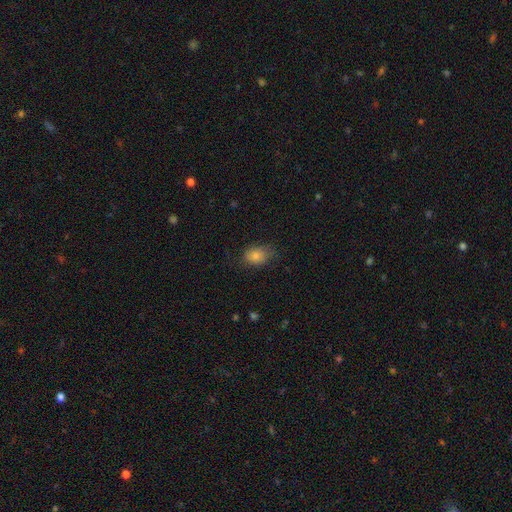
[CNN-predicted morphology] Smooth or featured? smooth (77%)
How rounded? in between (71%)
Merging? none (70%)